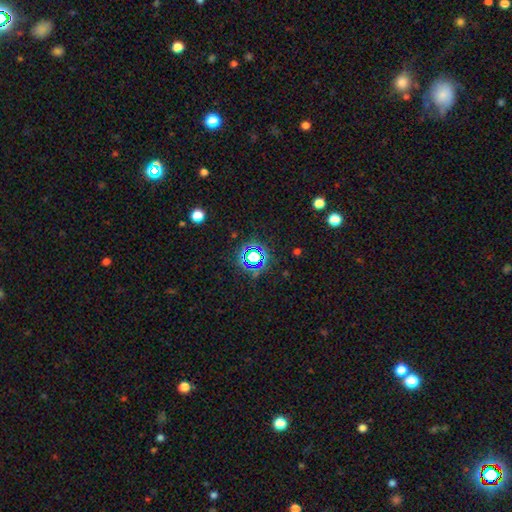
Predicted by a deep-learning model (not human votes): This appears to be a star or artifact, not a galaxy (68%).